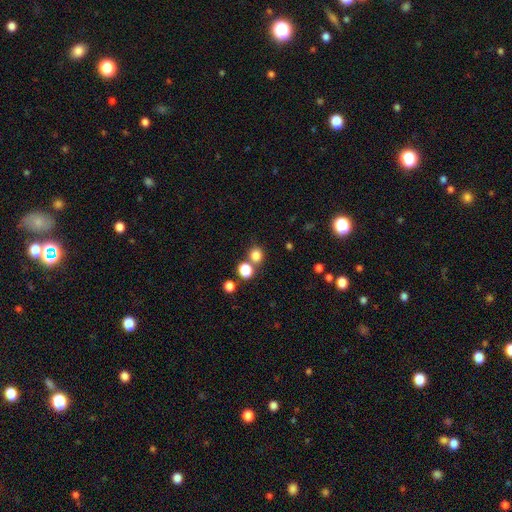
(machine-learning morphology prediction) Smooth or featured?
  - smooth: 79% *
  - star or artifact: 15%
  - featured or disk: 5%
How rounded?
  - round: 82% *
  - in between: 17%
  - cigar-shaped: 1%
Merging?
  - none: 65% *
  - merger: 23%
  - minor disturbance: 8%
  - major disturbance: 4%